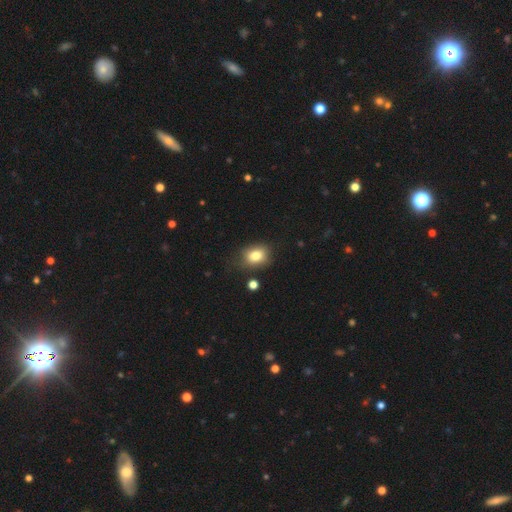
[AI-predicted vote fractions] smooth 81%, star or artifact 10%, featured or disk 9%. Down the decision tree: how rounded — in between (55%); merging — none (69%).